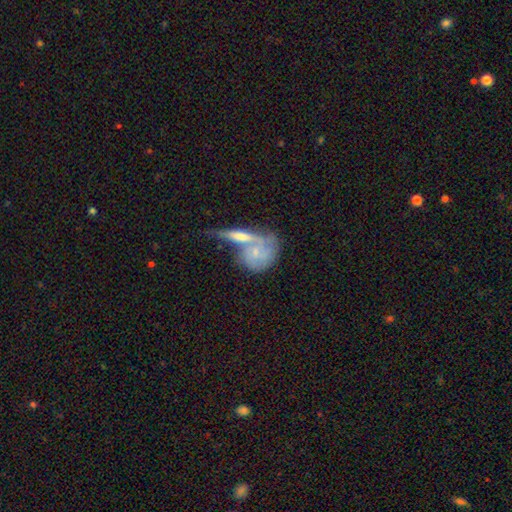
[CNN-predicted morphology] featured or disk 55%, smooth 39%, star or artifact 6%. Down the decision tree: edge-on disk — no (89%); merging — merger (48%).